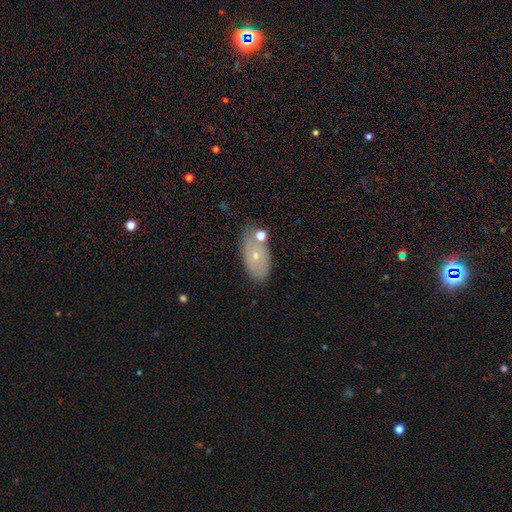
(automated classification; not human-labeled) smooth_or_featured: smooth (p=0.54) [alt: featured or disk p=0.37]
how_rounded: in between (p=0.89) [alt: round p=0.07]
merging: none (p=0.66) [alt: minor disturbance p=0.18]